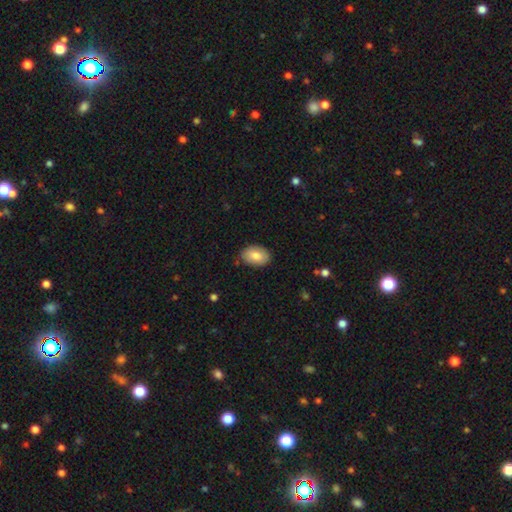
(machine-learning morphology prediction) type=smooth (82%); roundness=in between (89%); merging=none (84%).